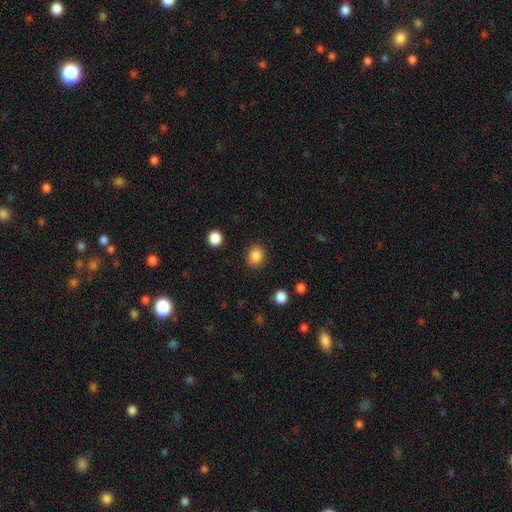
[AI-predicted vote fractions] A smooth galaxy with no disk features (86%) that is round (68%).

Vote fractions:
- Smooth or featured? smooth: 86% / star or artifact: 11% / featured or disk: 4%
- How rounded? round: 68% / in between: 31% / cigar-shaped: 1%
- Merging? none: 86% / minor disturbance: 9% / major disturbance: 3% / merger: 2%